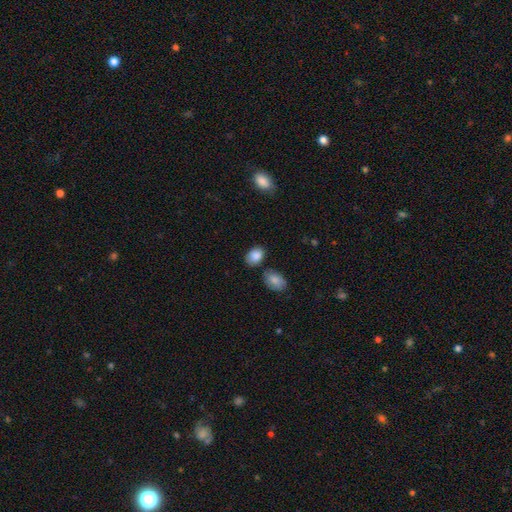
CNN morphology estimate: Smooth or featured: smooth — 86% (star or artifact — 8%)
How rounded: in between — 77% (round — 22%)
Merging: none — 70% (minor disturbance — 18%)